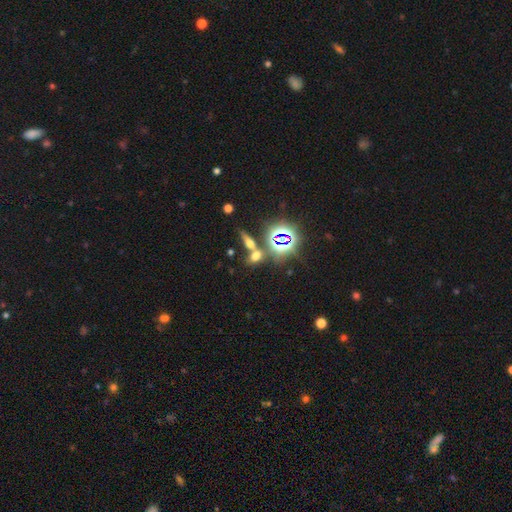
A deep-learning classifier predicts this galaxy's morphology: Smooth or featured?
  - smooth: 46% *
  - star or artifact: 36%
  - featured or disk: 18%
Merging?
  - none: 59% *
  - merger: 28%
  - minor disturbance: 9%
  - major disturbance: 4%